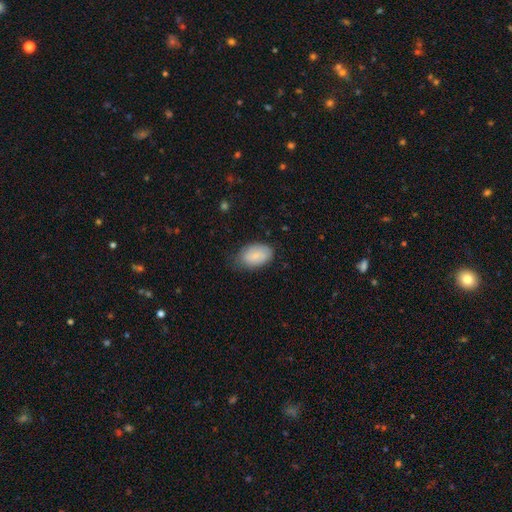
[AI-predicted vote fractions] This is likely a smooth galaxy (78%). How rounded: clearly in between (92%). Merging: likely none (66%).